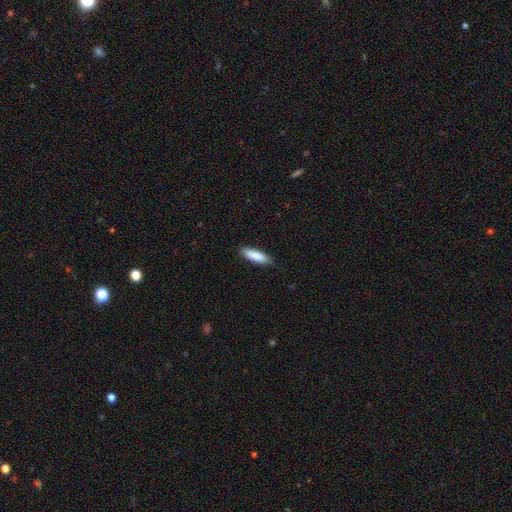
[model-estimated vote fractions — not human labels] A smooth galaxy with no disk features (84%) that is cigar-shaped (60%). Merging: none (87%).